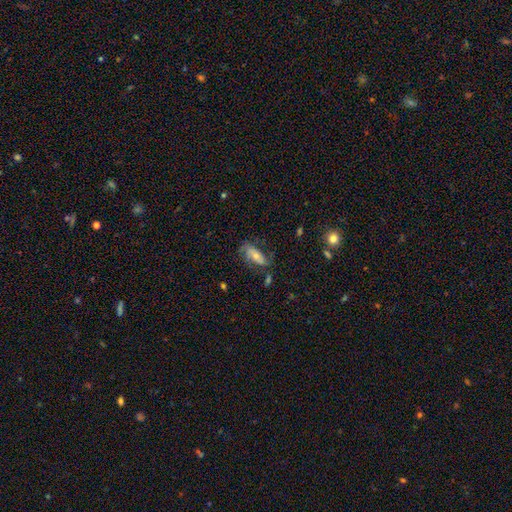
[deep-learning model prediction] Smooth or featured? Predicted: featured or disk (p=0.55). Edge-on disk? Predicted: no (p=0.85). Merging? Predicted: none (p=0.61).